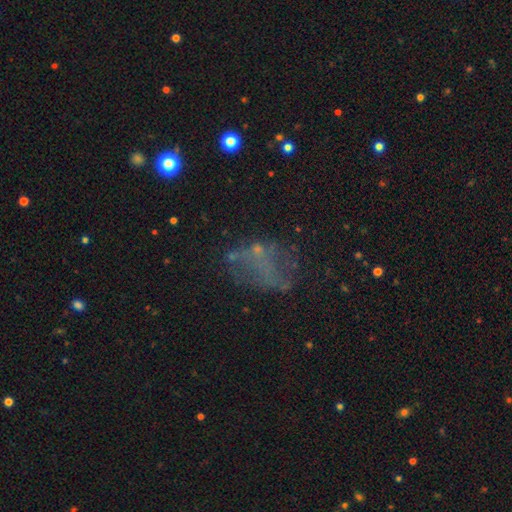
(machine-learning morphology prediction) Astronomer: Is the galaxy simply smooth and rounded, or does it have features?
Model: featured or disk — 40% (runner-up: smooth, 34%).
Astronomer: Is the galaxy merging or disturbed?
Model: none — 47% (runner-up: major disturbance, 27%).